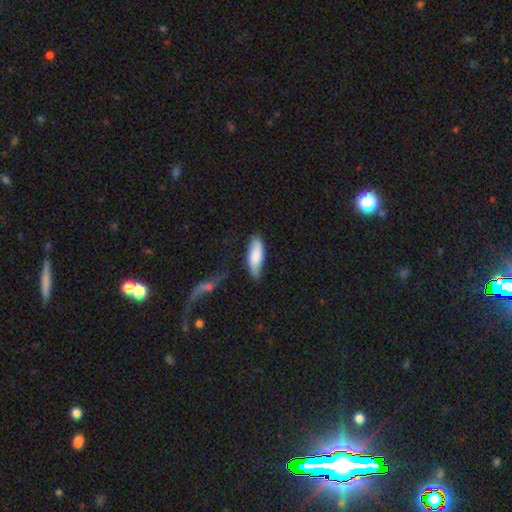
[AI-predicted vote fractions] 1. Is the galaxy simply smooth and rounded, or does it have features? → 77% smooth, 17% featured or disk, 6% star or artifact.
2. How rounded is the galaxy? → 64% in between, 34% cigar-shaped, 2% round.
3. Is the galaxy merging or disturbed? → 63% none, 27% minor disturbance, 7% major disturbance, 4% merger.